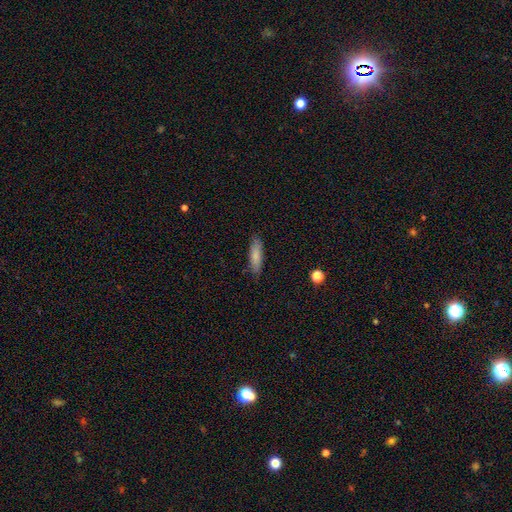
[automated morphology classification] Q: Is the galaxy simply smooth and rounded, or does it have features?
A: smooth — 81%.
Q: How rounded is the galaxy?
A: cigar-shaped — 56%.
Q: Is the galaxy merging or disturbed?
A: none — 84%.